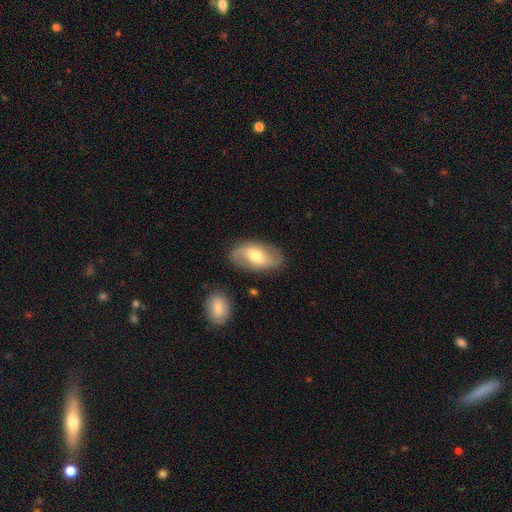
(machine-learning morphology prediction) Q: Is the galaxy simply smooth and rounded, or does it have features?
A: featured or disk — 59%.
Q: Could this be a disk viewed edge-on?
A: no — 93%.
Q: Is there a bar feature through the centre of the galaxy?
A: weak — 47%.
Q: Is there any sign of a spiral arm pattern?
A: yes — 78%.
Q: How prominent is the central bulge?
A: moderate — 70%.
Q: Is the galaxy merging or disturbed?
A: none — 80%.